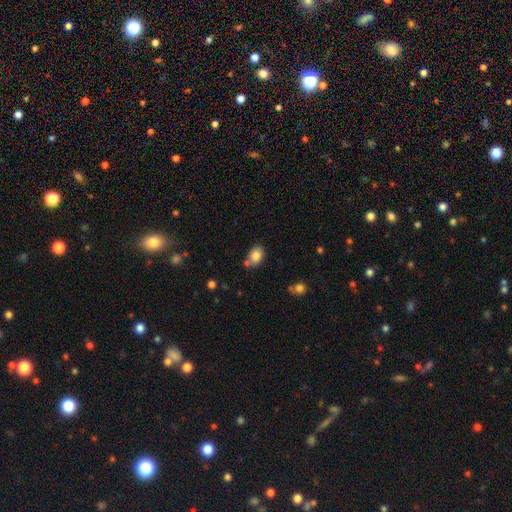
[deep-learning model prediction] Smooth or featured?
  - smooth: 83% *
  - star or artifact: 9%
  - featured or disk: 8%
How rounded?
  - in between: 74% *
  - round: 25%
  - cigar-shaped: 1%
Merging?
  - none: 66% *
  - minor disturbance: 17%
  - merger: 13%
  - major disturbance: 4%